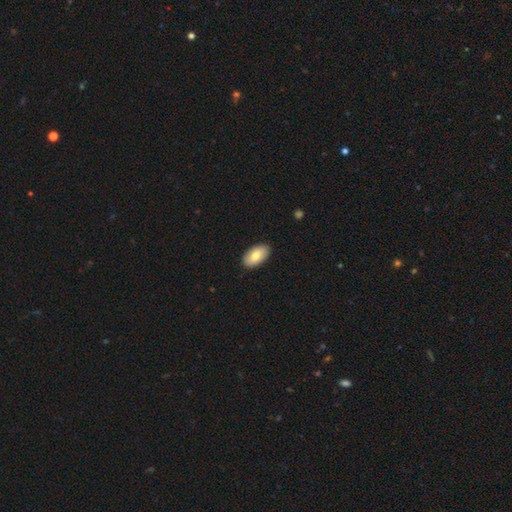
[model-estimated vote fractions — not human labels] smooth-or-featured: smooth: 79% | featured or disk: 15% | star or artifact: 6%
  how-rounded: in between: 95% | round: 3% | cigar-shaped: 2%
  merging: none: 90% | minor disturbance: 8% | major disturbance: 2% | merger: 1%